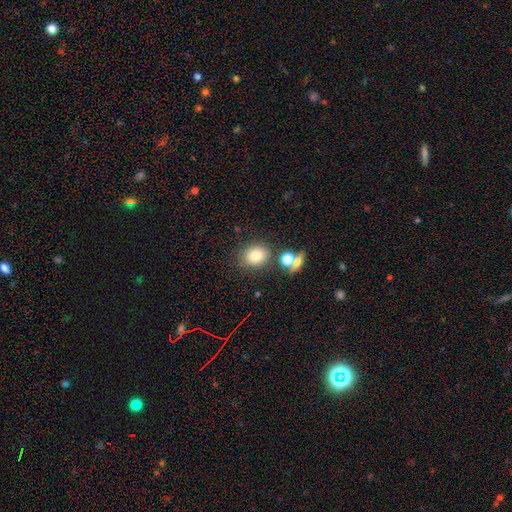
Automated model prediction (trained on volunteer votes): Smooth or featured? smooth (77%)
How rounded? round (63%)
Merging? none (74%)